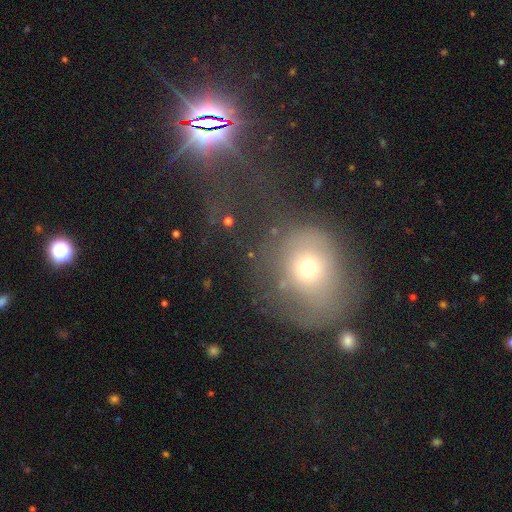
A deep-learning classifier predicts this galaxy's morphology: The model was most divided on "smooth or featured": smooth: 44%, star or artifact: 29%, featured or disk: 27%. More confident: merging — none (56%).